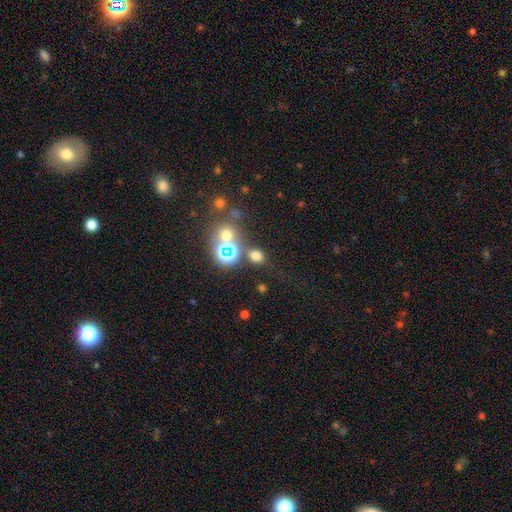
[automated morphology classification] Smooth or featured? smooth (66%)
How rounded? round (66%)
Merging? none (74%)